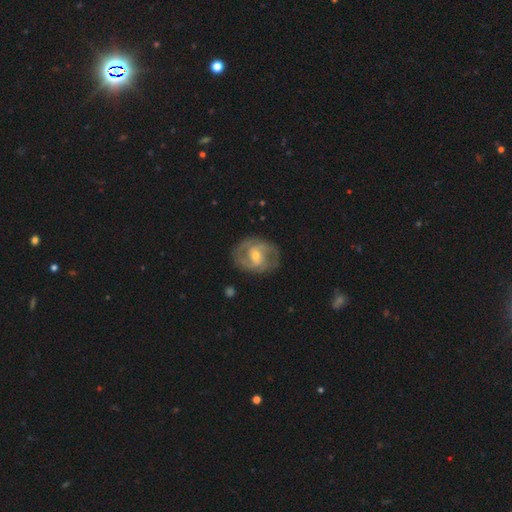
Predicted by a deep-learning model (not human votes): Overall: featured or disk (80%). Edge-on disk: no (97%). Bar: weak (48%; no 31%). Spiral arms: yes (88%). Spiral arm count: 2 (69%). Spiral winding: medium (46%; tight 39%). Bulge size: moderate (56%; small 39%). Merging: none (76%).